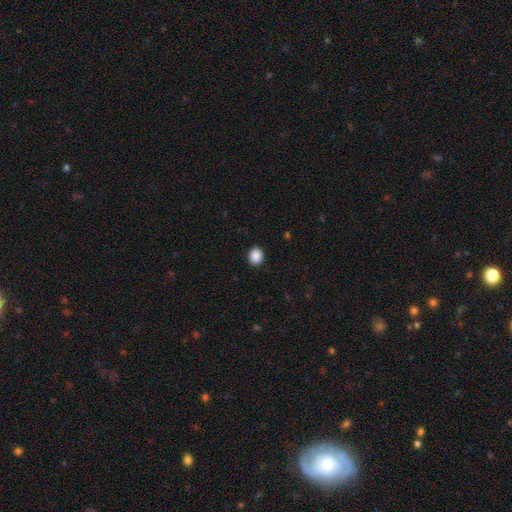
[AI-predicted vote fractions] Smooth or featured?
  - smooth: 89% *
  - star or artifact: 8%
  - featured or disk: 2%
How rounded?
  - round: 66% *
  - in between: 33%
  - cigar-shaped: 1%
Merging?
  - none: 91% *
  - minor disturbance: 6%
  - major disturbance: 2%
  - merger: 1%